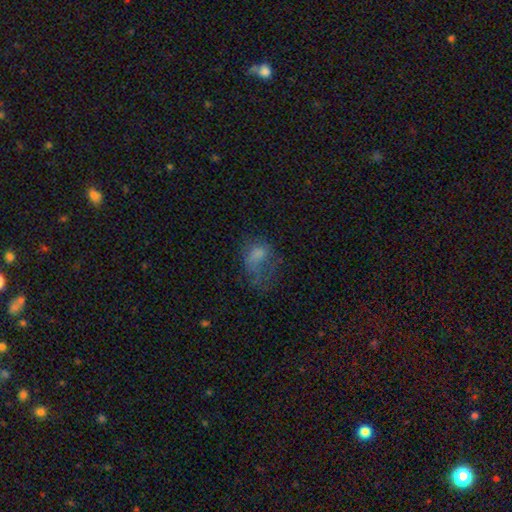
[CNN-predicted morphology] smooth_or_featured: smooth (p=0.56) [alt: featured or disk p=0.27]
how_rounded: in between (p=0.73) [alt: round p=0.25]
merging: major disturbance (p=0.50) [alt: none p=0.26]